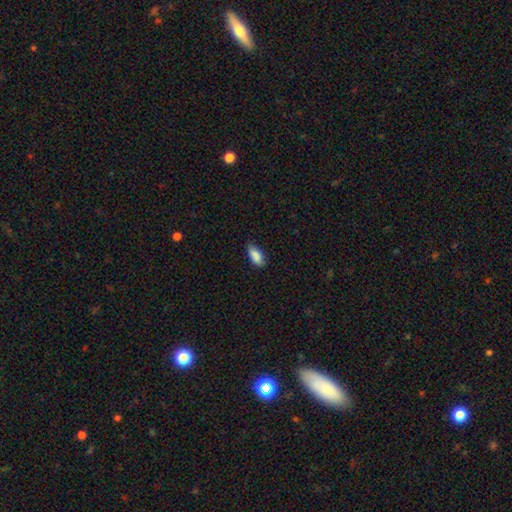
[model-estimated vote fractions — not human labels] Overall: smooth (87%). How rounded: in between (87%). Merging: none (71%).